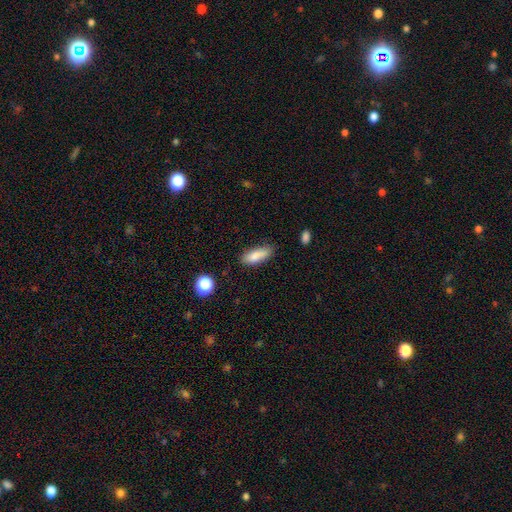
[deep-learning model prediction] The model was most divided on "how rounded": in between: 64%, cigar-shaped: 33%, round: 3%. More confident: smooth or featured — smooth (82%); merging — none (74%).